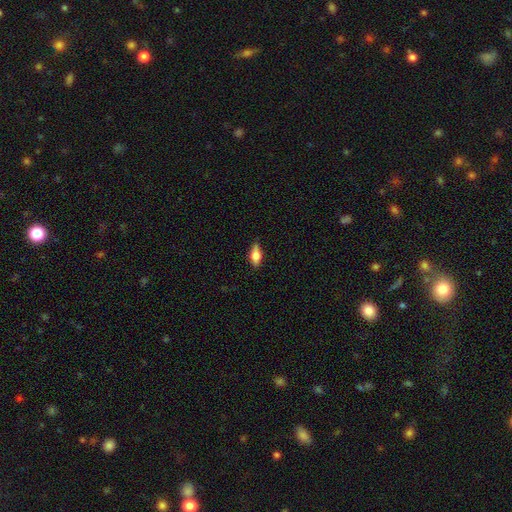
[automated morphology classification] smooth 60%, featured or disk 32%, star or artifact 7%. Down the decision tree: how rounded — in between (77%); merging — none (79%).